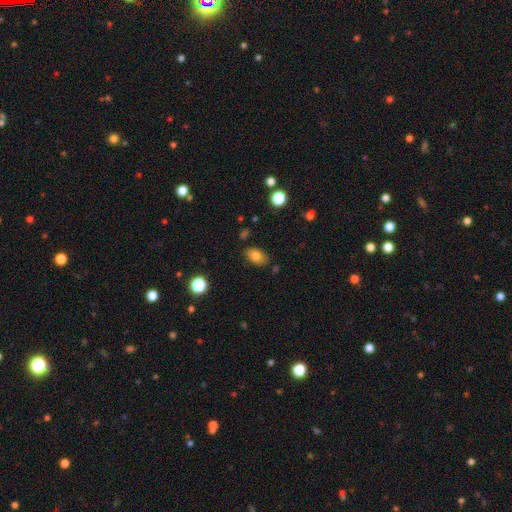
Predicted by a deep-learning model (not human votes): A smooth galaxy with no disk features (79%) that is in between round and cigar-shaped (85%).

Vote fractions:
- Smooth or featured? smooth: 79% / star or artifact: 11% / featured or disk: 10%
- How rounded? in between: 85% / round: 14% / cigar-shaped: 2%
- Merging? none: 80% / minor disturbance: 14% / major disturbance: 3% / merger: 3%